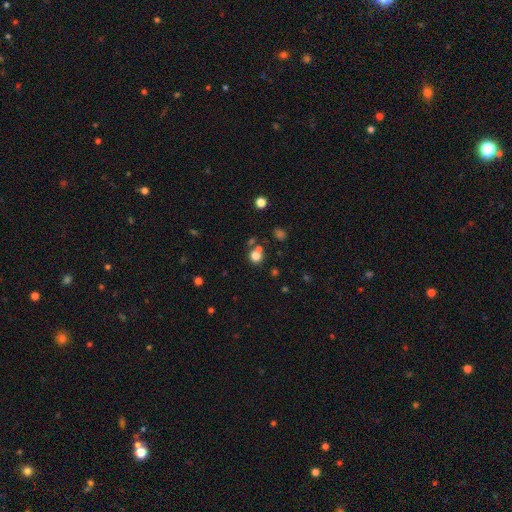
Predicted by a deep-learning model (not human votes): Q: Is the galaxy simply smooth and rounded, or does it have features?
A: smooth — 76%.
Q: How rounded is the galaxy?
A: round — 84%.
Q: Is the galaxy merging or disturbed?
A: none — 63%.